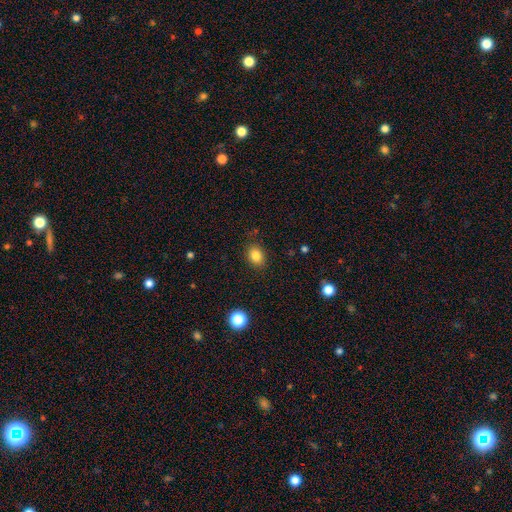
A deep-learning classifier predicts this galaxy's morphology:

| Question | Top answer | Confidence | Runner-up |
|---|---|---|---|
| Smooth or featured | smooth | 83% | star or artifact (11%) |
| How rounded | in between | 55% | round (44%) |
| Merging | none | 86% | minor disturbance (10%) |